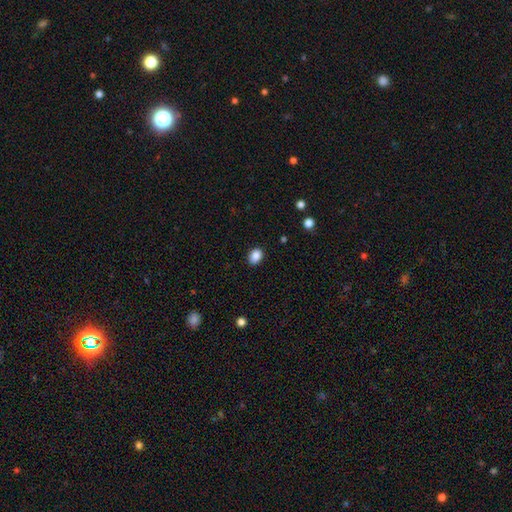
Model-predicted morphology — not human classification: Smooth or featured? smooth (88%)
How rounded? in between (65%)
Merging? none (88%)